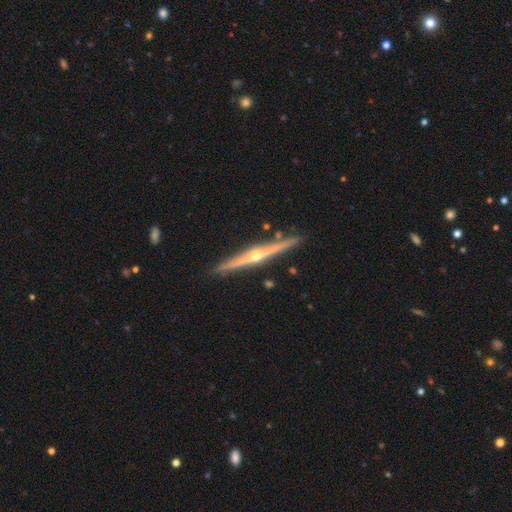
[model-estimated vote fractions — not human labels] This appears to be a featured or disk galaxy (85%) viewed edge-on (98%) with a rounded central bulge (91%). Merging: none (90%).